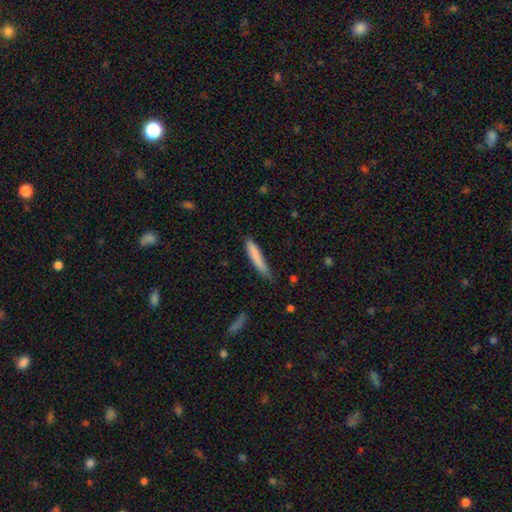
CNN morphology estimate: This is clearly a smooth galaxy (80%). How rounded: clearly cigar-shaped (92%). Merging: likely none (66%).